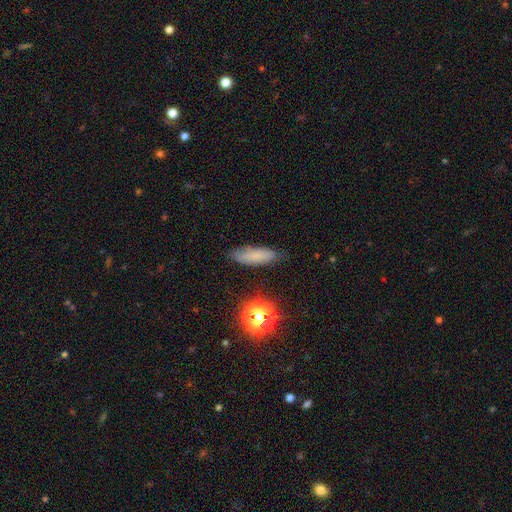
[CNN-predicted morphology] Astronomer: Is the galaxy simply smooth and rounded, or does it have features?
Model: smooth — 74%.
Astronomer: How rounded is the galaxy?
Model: cigar-shaped — 52% (runner-up: in between, 44%).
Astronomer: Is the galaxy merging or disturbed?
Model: none — 79%.